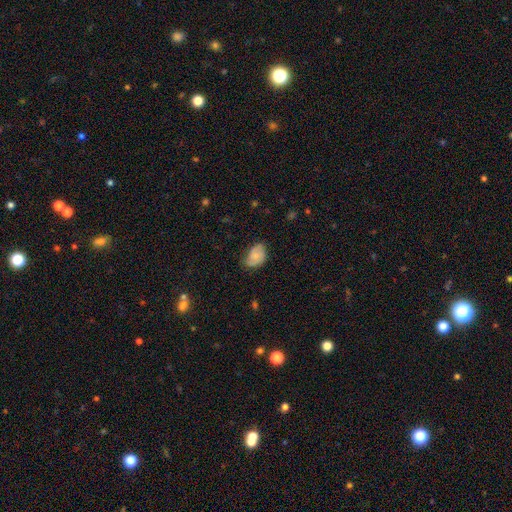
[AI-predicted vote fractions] This is likely a smooth galaxy (70%). How rounded: clearly in between (84%). Merging: possibly none (52%).